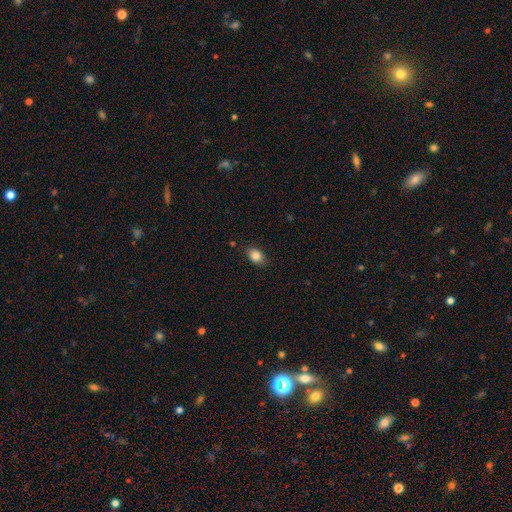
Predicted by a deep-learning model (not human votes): The model was most divided on "how rounded": in between: 76%, round: 23%, cigar-shaped: 2%. More confident: smooth or featured — smooth (86%); merging — none (82%).